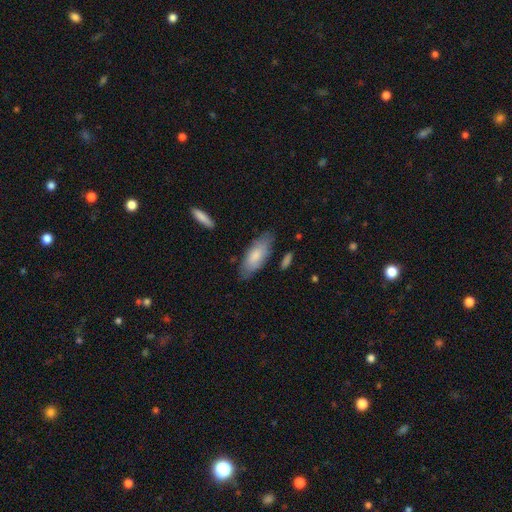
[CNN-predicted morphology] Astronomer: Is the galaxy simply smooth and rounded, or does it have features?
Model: smooth — 77%.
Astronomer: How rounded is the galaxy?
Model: in between — 77%.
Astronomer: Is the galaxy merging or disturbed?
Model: none — 75%.